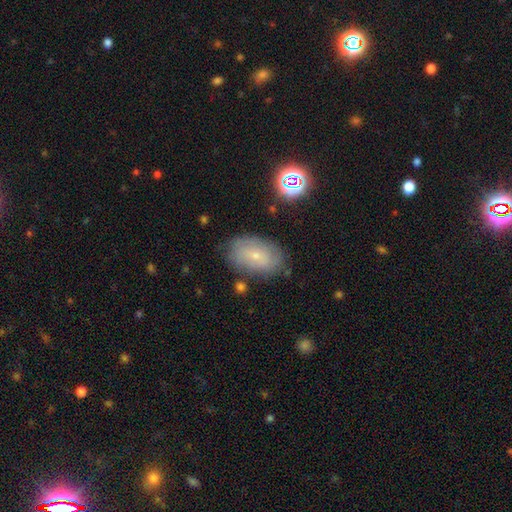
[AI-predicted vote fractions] Smooth or featured? smooth (58%)
How rounded? in between (89%)
Merging? none (76%)